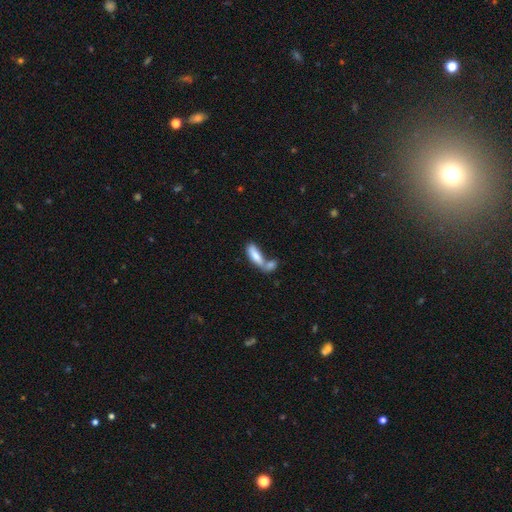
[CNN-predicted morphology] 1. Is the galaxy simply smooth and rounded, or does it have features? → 78% smooth, 16% featured or disk, 7% star or artifact.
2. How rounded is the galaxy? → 62% in between, 36% cigar-shaped, 2% round.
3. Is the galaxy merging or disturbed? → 62% merger, 24% none, 9% minor disturbance, 5% major disturbance.